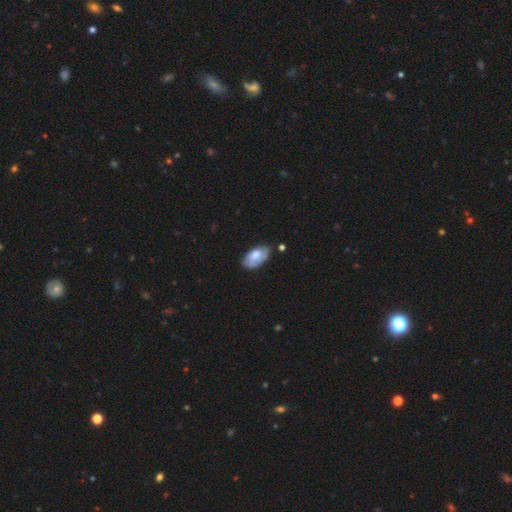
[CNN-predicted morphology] Smooth or featured?
  - smooth: 65% *
  - featured or disk: 29%
  - star or artifact: 7%
How rounded?
  - in between: 94% *
  - round: 3%
  - cigar-shaped: 3%
Merging?
  - none: 63% *
  - minor disturbance: 27%
  - major disturbance: 7%
  - merger: 3%